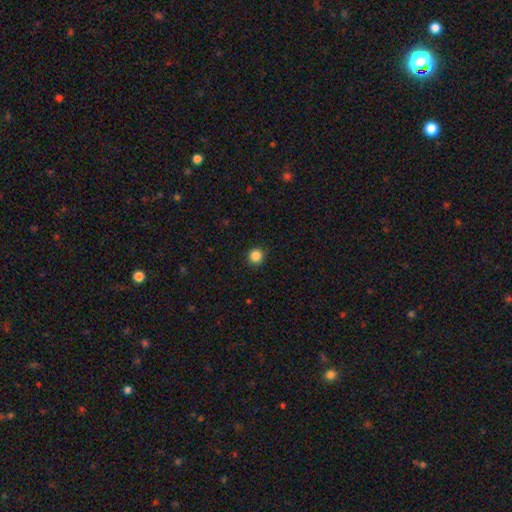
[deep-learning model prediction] Q: Smooth or featured?
A: smooth (86%); runner-up: star or artifact (11%)
Q: How rounded?
A: round (94%); runner-up: in between (5%)
Q: Merging?
A: none (92%); runner-up: minor disturbance (5%)